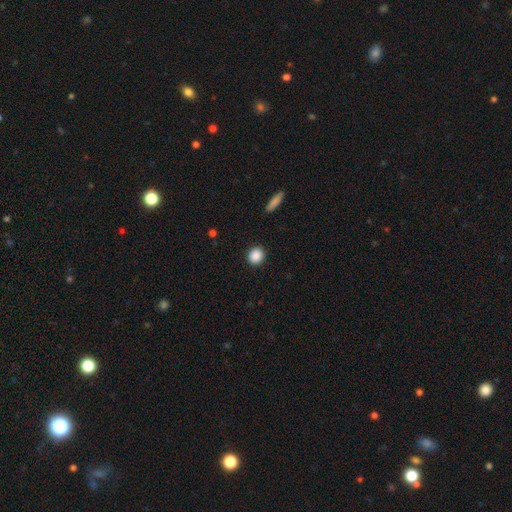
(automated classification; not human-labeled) A smooth galaxy with no disk features (89%) that is round (84%). Merging: none (91%).